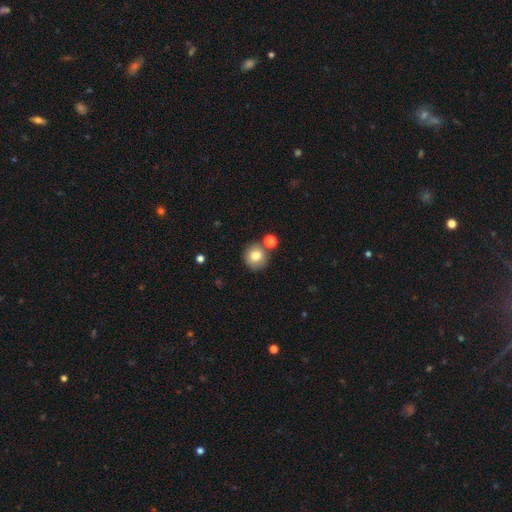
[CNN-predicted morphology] The model was most divided on "merging": none: 74%, merger: 14%, minor disturbance: 10%, major disturbance: 3%. More confident: how rounded — round (90%); smooth or featured — smooth (80%).